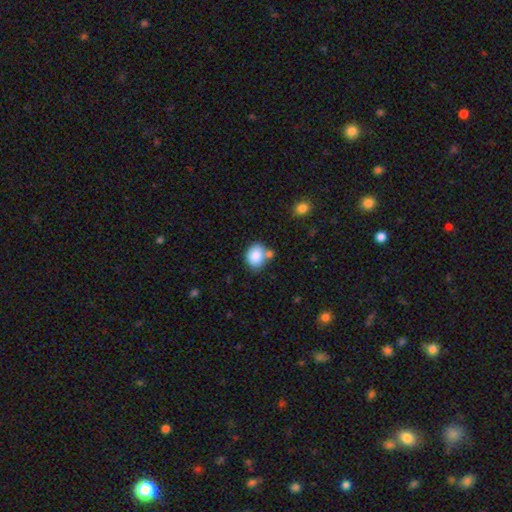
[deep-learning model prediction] The model was most divided on "how rounded": in between: 52%, round: 47%, cigar-shaped: 1%. More confident: smooth or featured — smooth (85%); merging — none (61%).